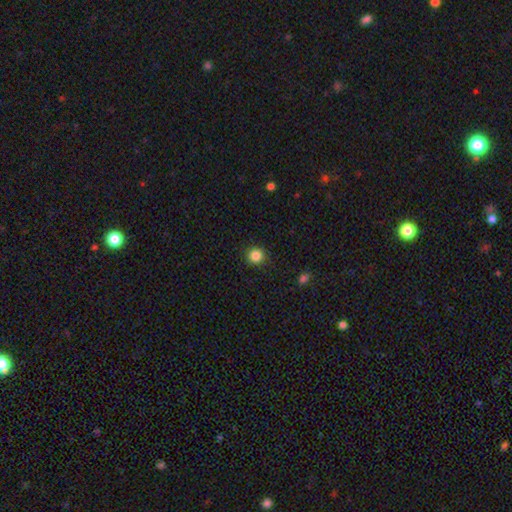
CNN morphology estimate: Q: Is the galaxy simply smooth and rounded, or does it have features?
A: smooth — 85%.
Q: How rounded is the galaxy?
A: round — 94%.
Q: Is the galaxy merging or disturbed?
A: none — 91%.